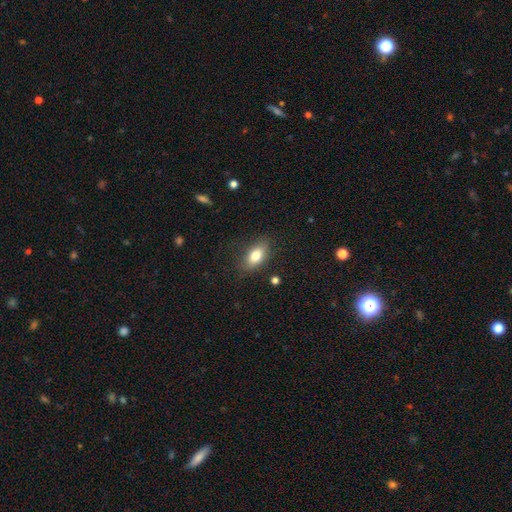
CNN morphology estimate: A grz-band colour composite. It shows a smooth galaxy with no disk features (79%) that is in between round and cigar-shaped (87%). Merging: none (79%).